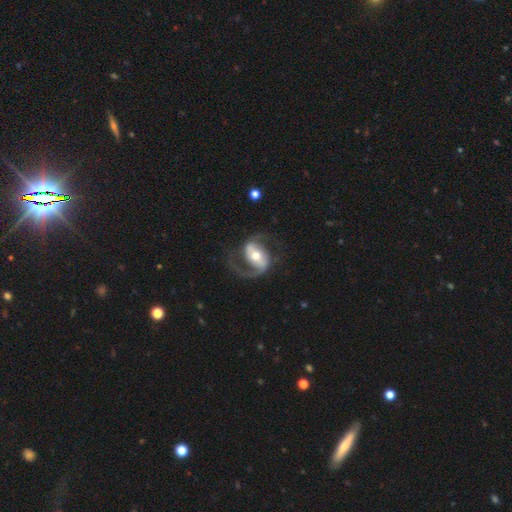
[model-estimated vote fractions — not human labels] The model was most divided on "spiral winding": medium: 49%, loose: 38%, tight: 12%. Remaining: edge-on disk — no (97%); spiral arms — yes (94%); smooth or featured — featured or disk (86%); spiral arm count — 2 (84%); merging — none (68%); bulge size — moderate (65%); bar — strong (49%).